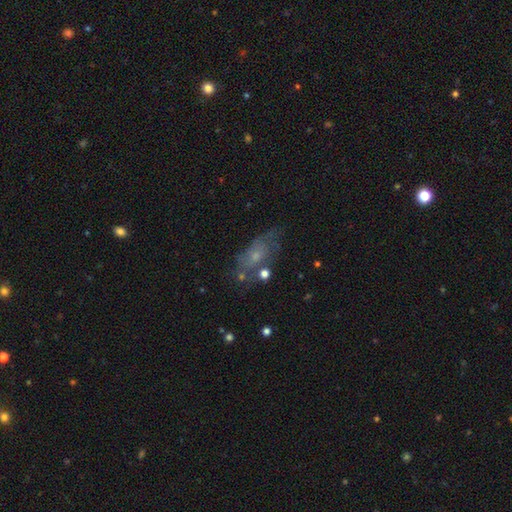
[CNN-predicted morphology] smooth-or-featured: featured or disk: 49% | smooth: 37% | star or artifact: 14%
  merging: none: 53% | minor disturbance: 24% | major disturbance: 16% | merger: 8%